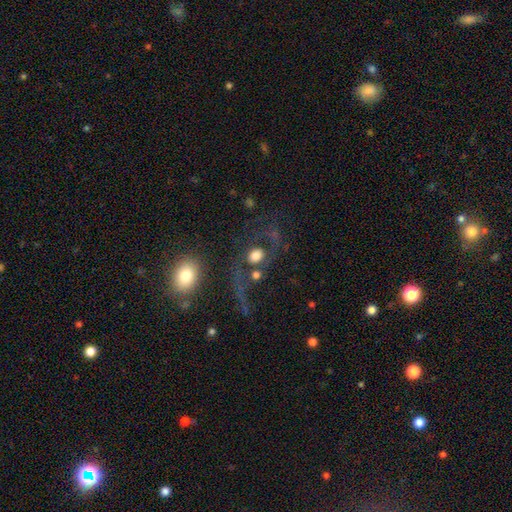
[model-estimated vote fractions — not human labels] Smooth or featured? Predicted: smooth (p=0.52). How rounded? Predicted: round (p=0.54). Merging? Predicted: none (p=0.46).